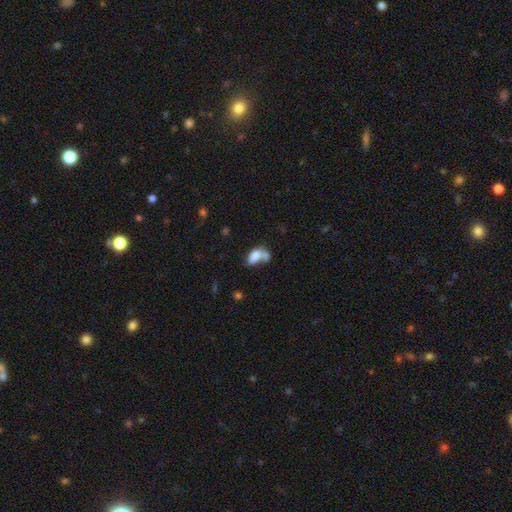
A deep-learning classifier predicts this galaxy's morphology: This appears to be a smooth galaxy with no disk features (75%) that is in between round and cigar-shaped (89%). Merging: merger (56%).